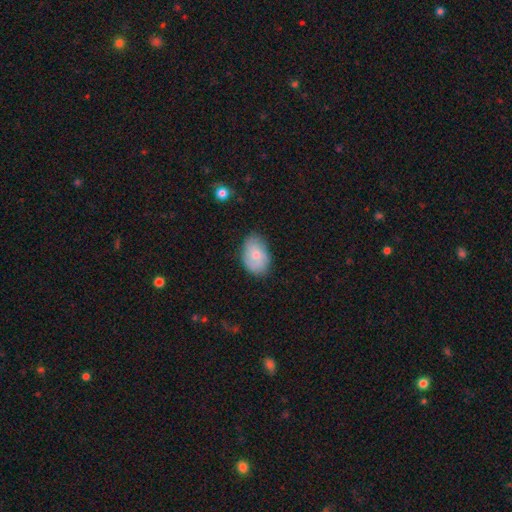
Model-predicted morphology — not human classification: This appears to be a smooth galaxy with no disk features (66%) that is in between round and cigar-shaped (85%). Merging: none (73%).